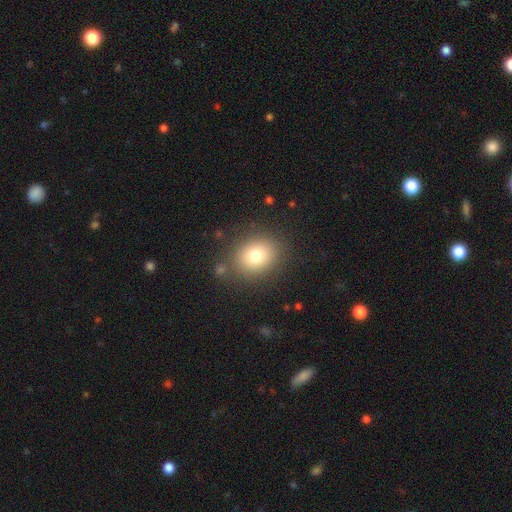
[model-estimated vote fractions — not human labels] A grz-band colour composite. It shows a smooth galaxy with no disk features (78%) that is round (61%). Merging: none (83%).